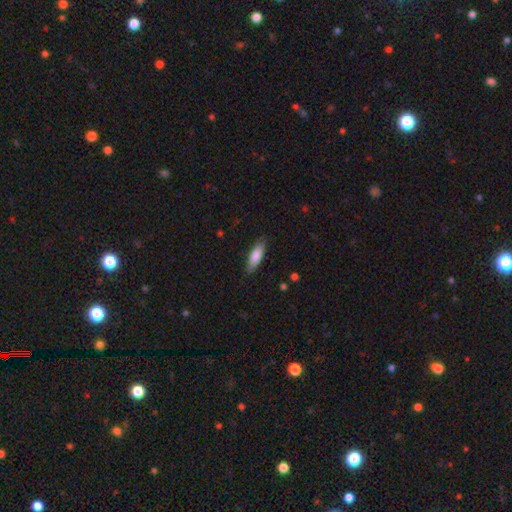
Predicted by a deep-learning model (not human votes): smooth 81%, featured or disk 13%, star or artifact 6%. Down the decision tree: how rounded — in between (55%); merging — none (84%).